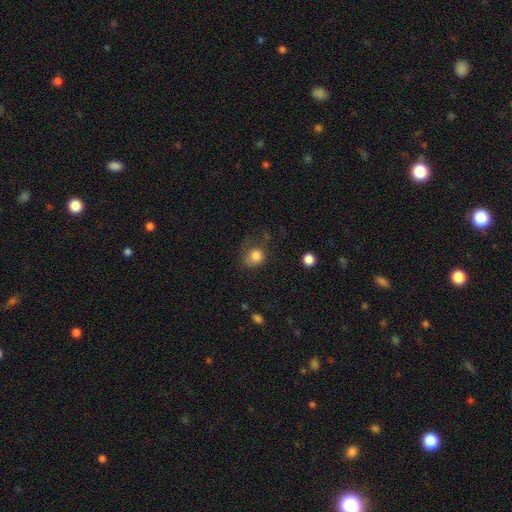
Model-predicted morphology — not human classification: This appears to be a smooth galaxy with no disk features (82%) that is round (71%). Merging: none (48%).